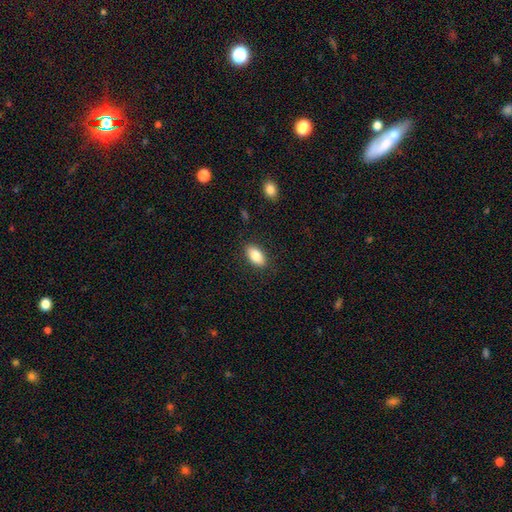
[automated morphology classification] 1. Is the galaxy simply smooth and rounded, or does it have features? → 84% smooth, 9% featured or disk, 7% star or artifact.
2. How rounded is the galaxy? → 93% in between, 4% round, 3% cigar-shaped.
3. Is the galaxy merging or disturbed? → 87% none, 9% minor disturbance, 3% major disturbance, 1% merger.